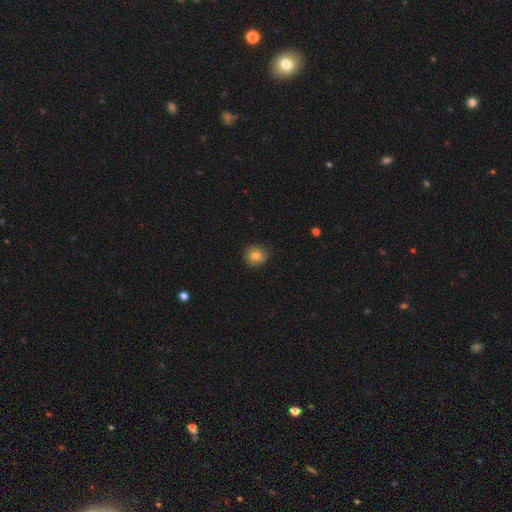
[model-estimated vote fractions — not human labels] Smooth or featured?
  - smooth: 82% *
  - star or artifact: 10%
  - featured or disk: 8%
How rounded?
  - round: 90% *
  - in between: 10%
  - cigar-shaped: 1%
Merging?
  - none: 87% *
  - minor disturbance: 10%
  - major disturbance: 2%
  - merger: 1%